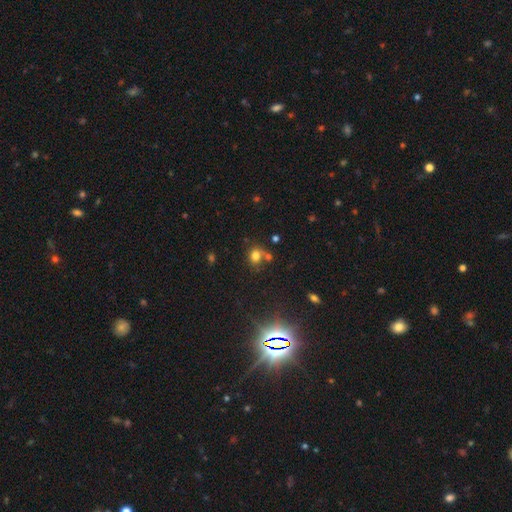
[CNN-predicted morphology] type=smooth (74%); roundness=round (73%); merging=none (56%).